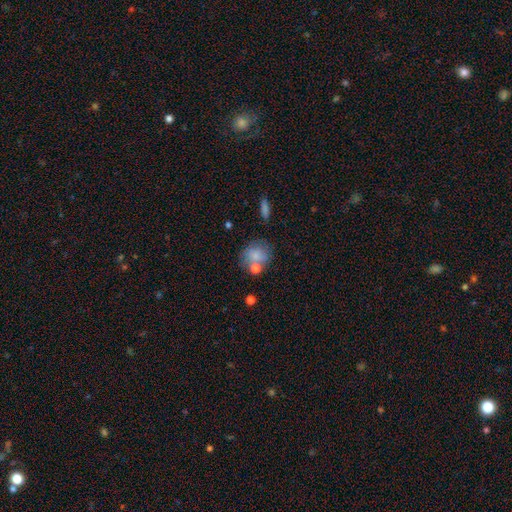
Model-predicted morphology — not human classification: Smooth or featured?
  - smooth: 75% *
  - featured or disk: 16%
  - star or artifact: 9%
How rounded?
  - round: 73% *
  - in between: 26%
  - cigar-shaped: 1%
Merging?
  - none: 52% *
  - merger: 23%
  - minor disturbance: 18%
  - major disturbance: 8%